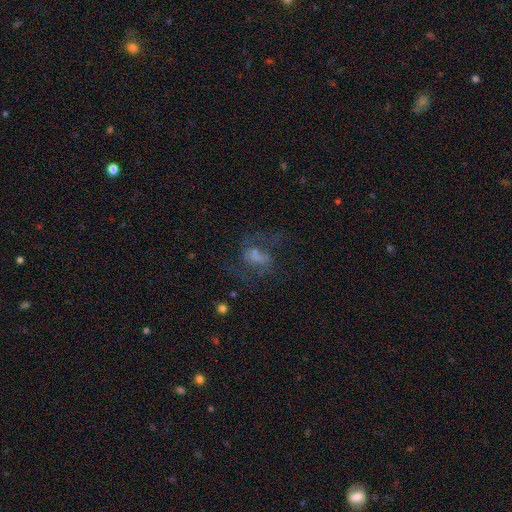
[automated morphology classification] Smooth or featured: featured or disk — 54% (smooth — 26%)
Edge-on disk: no — 96% (yes — 4%)
Bar: no — 51% (weak — 35%)
Spiral arms: yes — 65% (no — 35%)
Bulge size: none — 36% (small — 31%)
Merging: none — 48% (major disturbance — 31%)